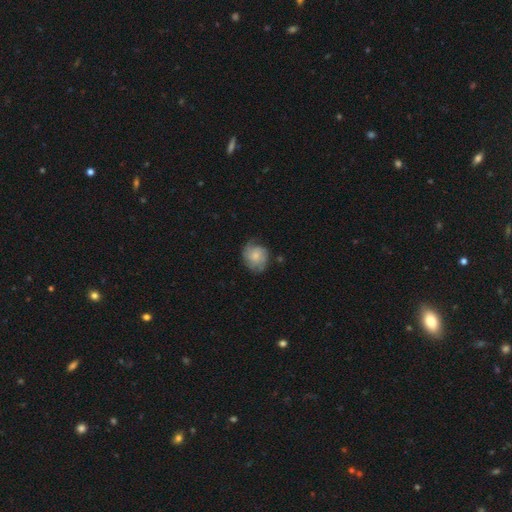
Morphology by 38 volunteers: Smooth or featured? 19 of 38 (50%) said featured or disk. Edge-on disk? 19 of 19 (100%) said no. Bar? 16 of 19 (84%) said no. Spiral arms? 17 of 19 (89%) said yes. Spiral winding? 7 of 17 (41%, tied with medium) said tight. Spiral arm count? 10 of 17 (59%) said 2. Bulge size? 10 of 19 (53%) said moderate. Merging? 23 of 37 (62%) said none.